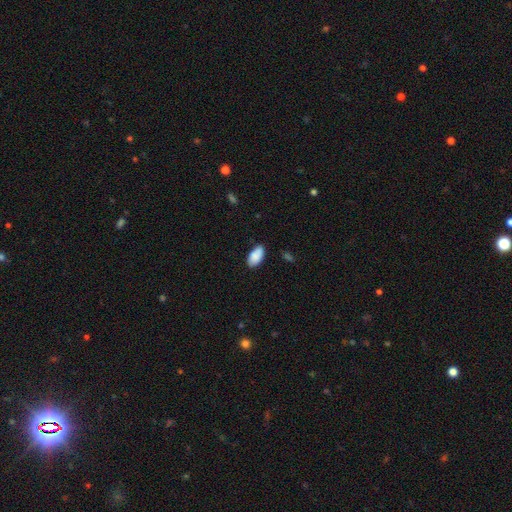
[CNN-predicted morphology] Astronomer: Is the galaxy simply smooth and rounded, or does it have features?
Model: smooth — 86%.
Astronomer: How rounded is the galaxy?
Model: in between — 95%.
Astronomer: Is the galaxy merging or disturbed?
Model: none — 76%.